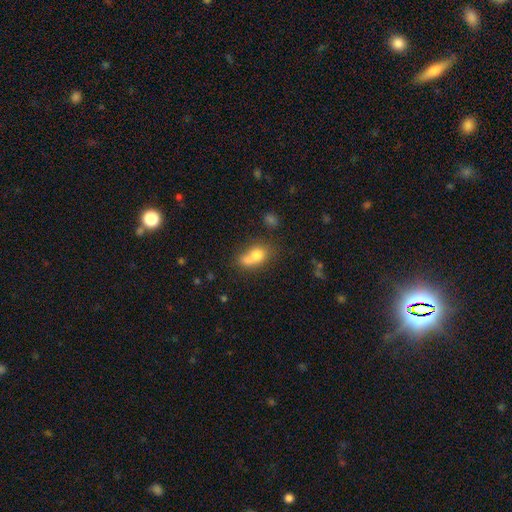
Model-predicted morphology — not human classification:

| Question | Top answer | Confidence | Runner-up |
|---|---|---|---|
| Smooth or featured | smooth | 72% | featured or disk (18%) |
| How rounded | in between | 58% | round (39%) |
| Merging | merger | 50% | none (29%) |